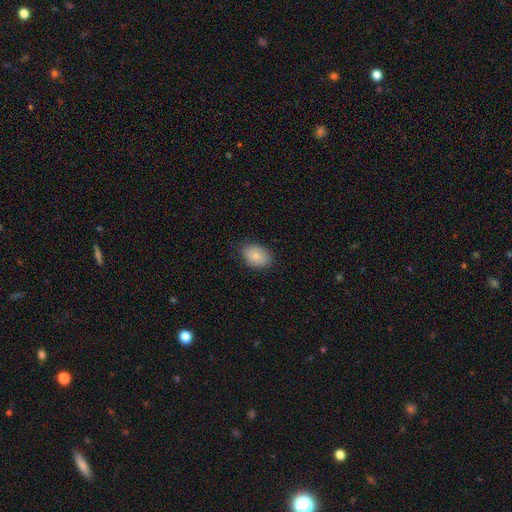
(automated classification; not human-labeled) smooth 86%, star or artifact 7%, featured or disk 7%. Down the decision tree: how rounded — in between (78%); merging — none (82%).